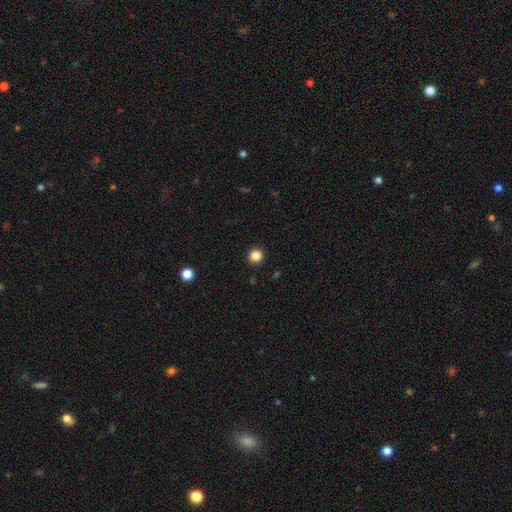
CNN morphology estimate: Q: Smooth or featured?
A: smooth (86%); runner-up: star or artifact (12%)
Q: How rounded?
A: round (93%); runner-up: in between (6%)
Q: Merging?
A: none (92%); runner-up: minor disturbance (5%)